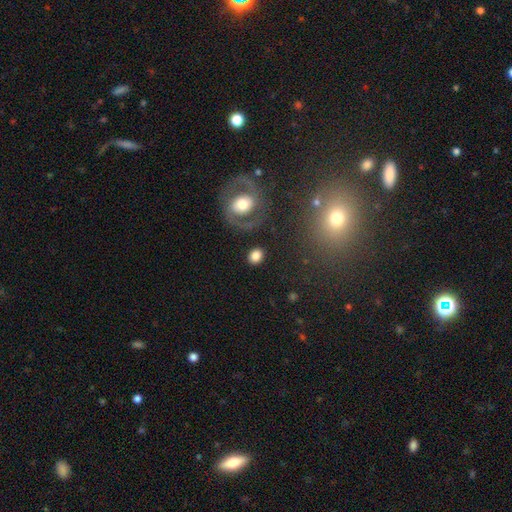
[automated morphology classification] type=smooth (77%); roundness=round (55%); merging=none (82%).